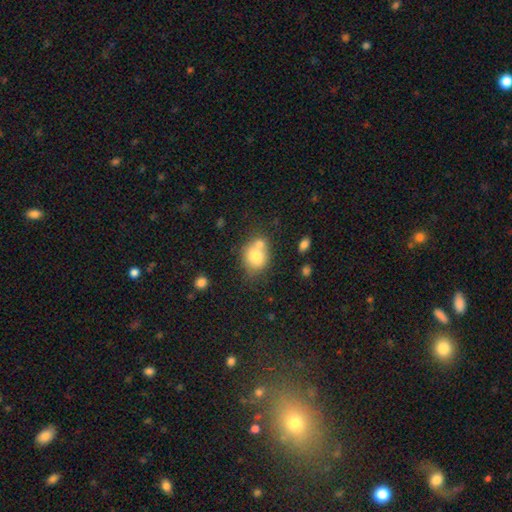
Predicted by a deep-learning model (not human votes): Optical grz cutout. It shows a smooth galaxy with no disk features (74%) that is round (66%). Merging: none (46%).